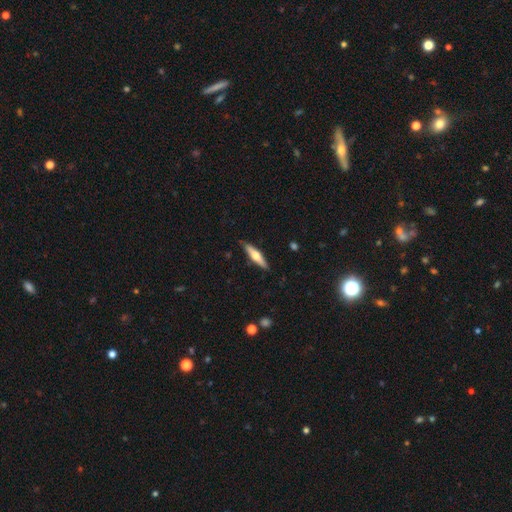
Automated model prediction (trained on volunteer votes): This appears to be a featured or disk galaxy (52%) viewed edge-on (93%). Merging: none (88%).